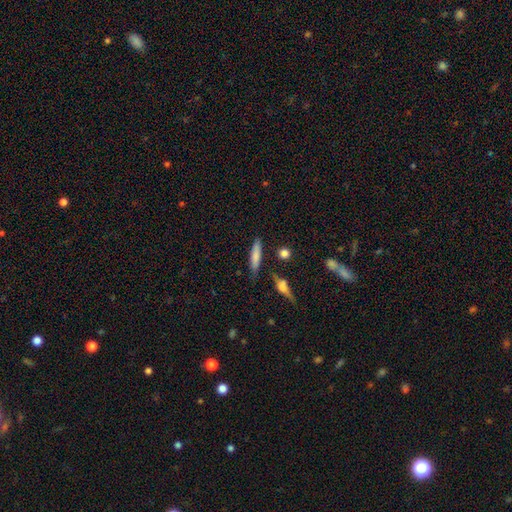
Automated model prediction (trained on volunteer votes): This appears to be a smooth galaxy with no disk features (75%) that is cigar-shaped (79%). Merging: none (79%).